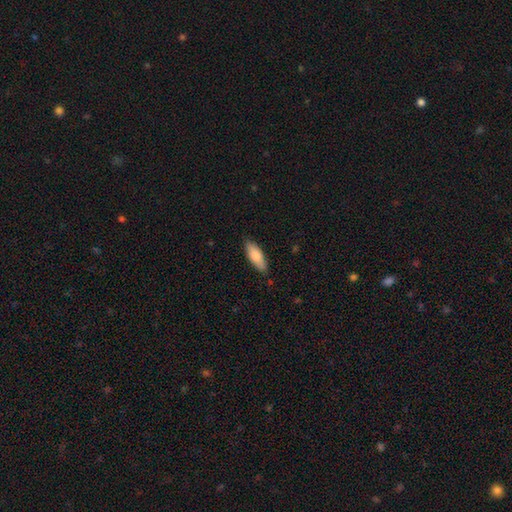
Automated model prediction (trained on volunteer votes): smooth-or-featured: smooth: 76% | featured or disk: 18% | star or artifact: 6%
  how-rounded: in between: 67% | cigar-shaped: 31% | round: 2%
  merging: none: 86% | minor disturbance: 11% | major disturbance: 2% | merger: 1%